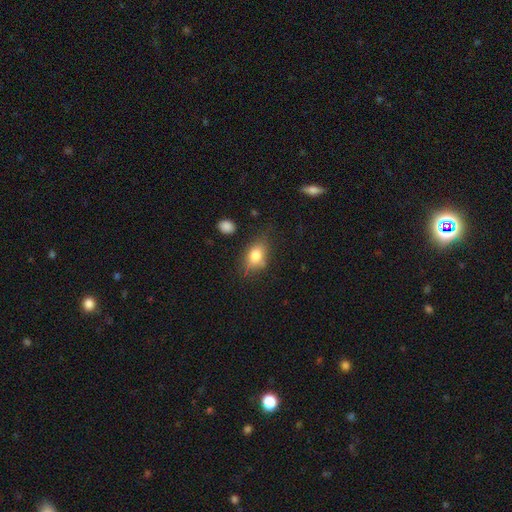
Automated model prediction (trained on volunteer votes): This is likely a smooth galaxy (78%). How rounded: likely in between (75%). Merging: likely none (66%).